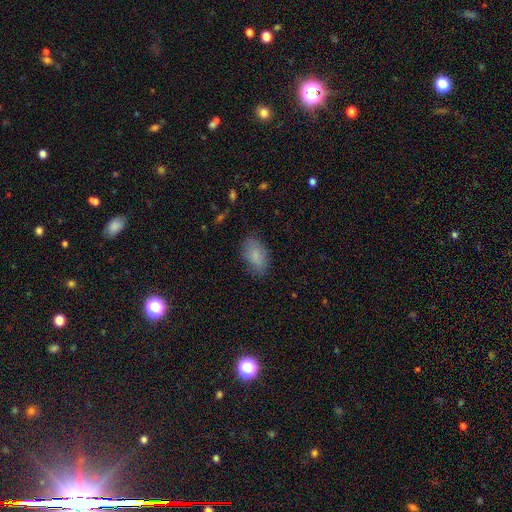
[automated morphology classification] Smooth or featured: smooth — 83% (featured or disk — 9%)
How rounded: in between — 92% (round — 6%)
Merging: none — 78% (minor disturbance — 17%)